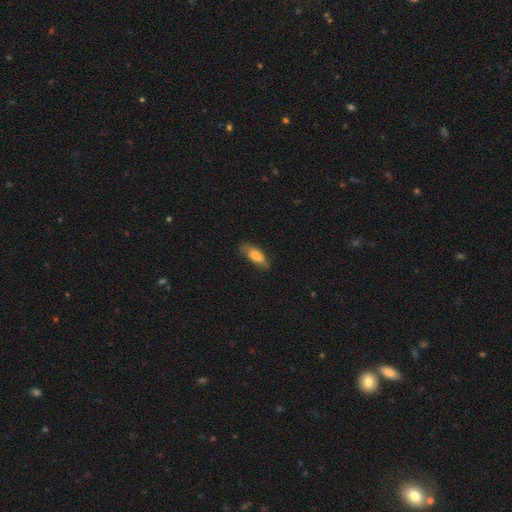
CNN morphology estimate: Smooth or featured: smooth — 75% (featured or disk — 18%)
How rounded: in between — 77% (cigar-shaped — 21%)
Merging: none — 70% (minor disturbance — 23%)